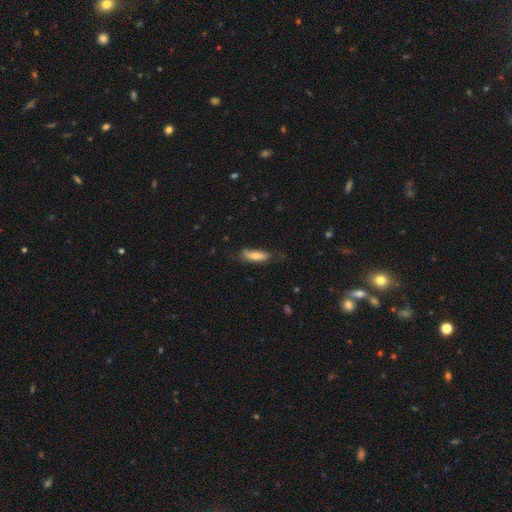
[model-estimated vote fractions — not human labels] smooth_or_featured: smooth (p=0.70) [alt: featured or disk p=0.24]
how_rounded: in between (p=0.53) [alt: cigar-shaped p=0.45]
merging: none (p=0.61) [alt: minor disturbance p=0.28]